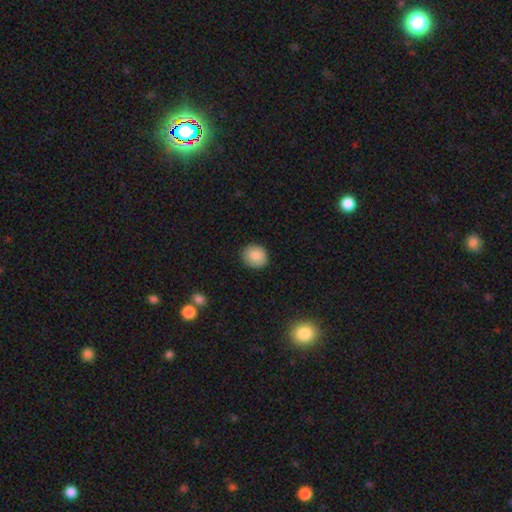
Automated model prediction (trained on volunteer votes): The model was most divided on "how rounded": round: 78%, in between: 21%, cigar-shaped: 1%. More confident: merging — none (89%); smooth or featured — smooth (87%).